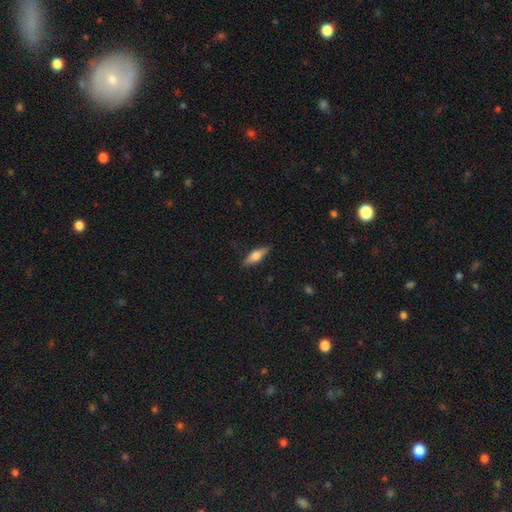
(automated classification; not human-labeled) A smooth galaxy with no disk features (56%) that is cigar-shaped (49%). Merging: none (87%).